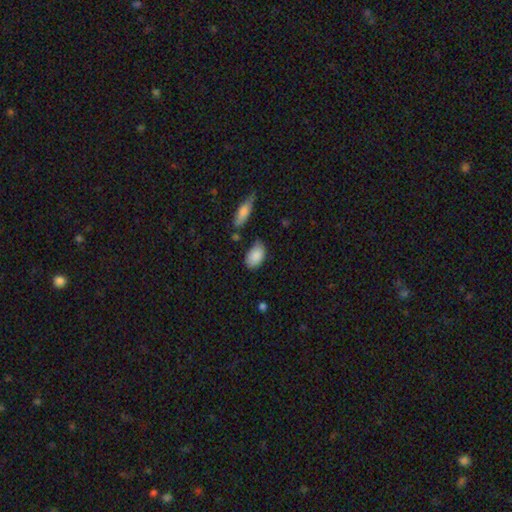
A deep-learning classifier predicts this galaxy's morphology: Q: Smooth or featured?
A: smooth (87%); runner-up: star or artifact (7%)
Q: How rounded?
A: in between (91%); runner-up: round (7%)
Q: Merging?
A: none (66%); runner-up: minor disturbance (24%)